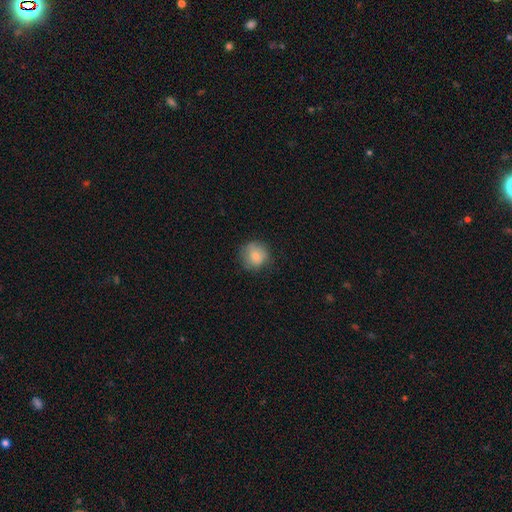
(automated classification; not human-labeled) This appears to be a smooth galaxy with no disk features (84%) that is round (88%). Merging: none (74%).